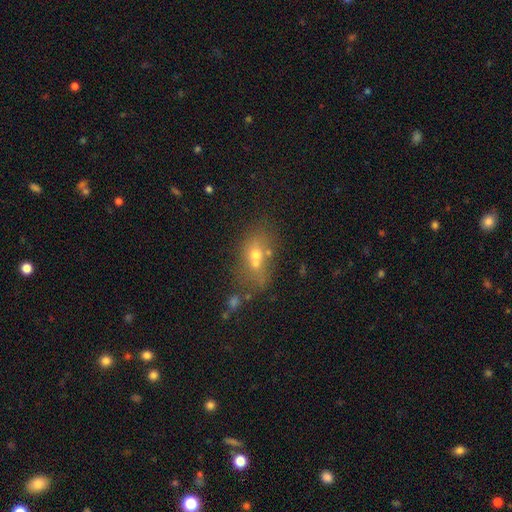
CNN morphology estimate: Smooth or featured? smooth (55%)
How rounded? in between (59%)
Merging? merger (50%)